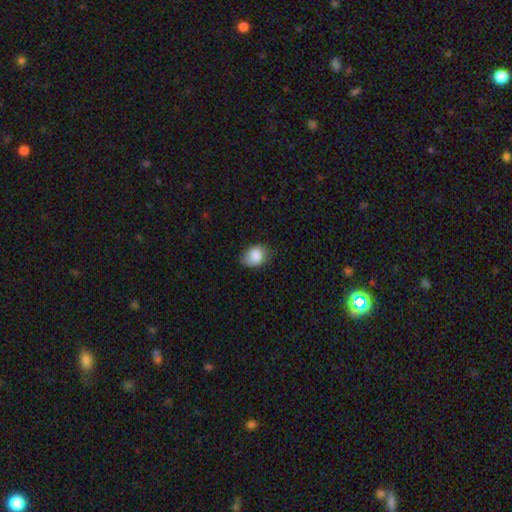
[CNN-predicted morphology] Smooth or featured? Predicted: smooth (p=0.85). How rounded? Predicted: in between (p=0.69). Merging? Predicted: none (p=0.64).